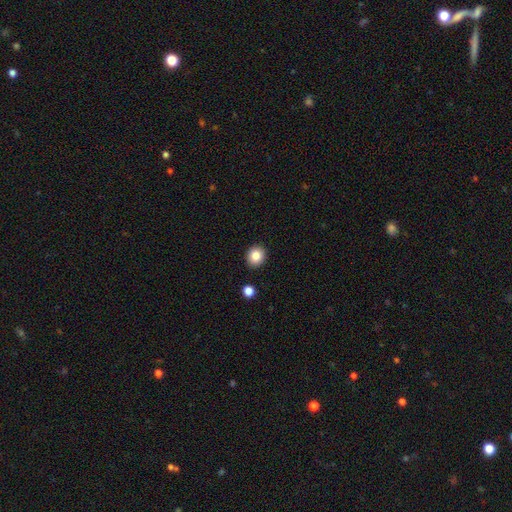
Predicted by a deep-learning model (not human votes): Smooth or featured?
  - smooth: 86% *
  - star or artifact: 9%
  - featured or disk: 5%
How rounded?
  - round: 77% *
  - in between: 22%
  - cigar-shaped: 1%
Merging?
  - none: 91% *
  - minor disturbance: 6%
  - merger: 2%
  - major disturbance: 2%